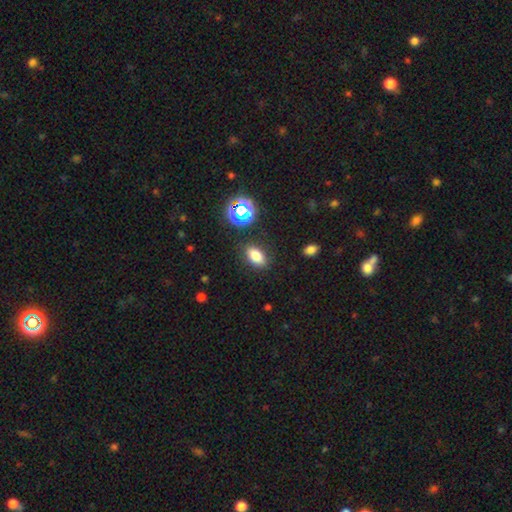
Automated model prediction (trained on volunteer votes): Smooth or featured: smooth — 76% (star or artifact — 16%)
How rounded: in between — 85% (round — 9%)
Merging: none — 86% (minor disturbance — 9%)